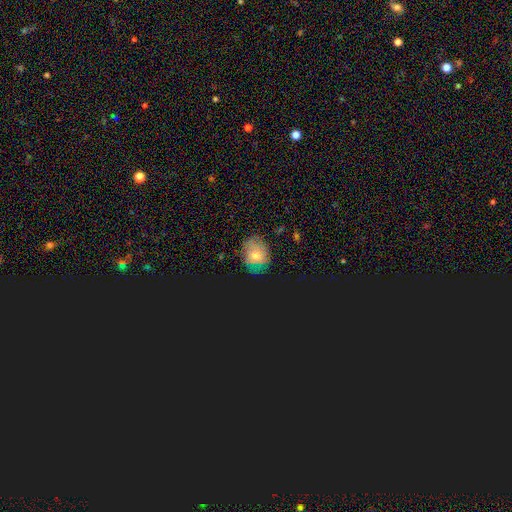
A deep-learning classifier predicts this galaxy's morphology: Smooth or featured? Predicted: smooth (p=0.45). Merging? Predicted: none (p=0.75).